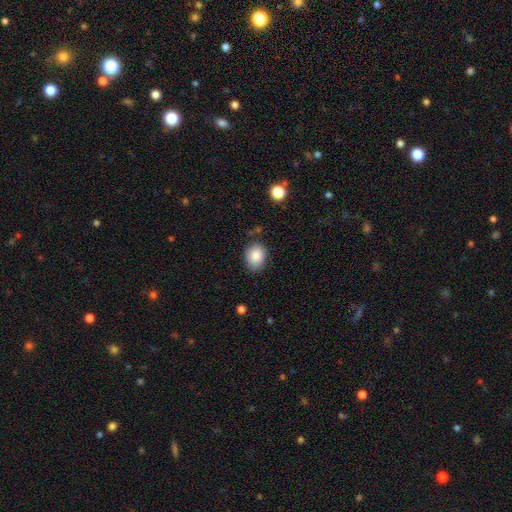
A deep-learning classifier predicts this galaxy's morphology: Smooth or featured? Predicted: smooth (p=0.86). How rounded? Predicted: in between (p=0.56). Merging? Predicted: none (p=0.77).